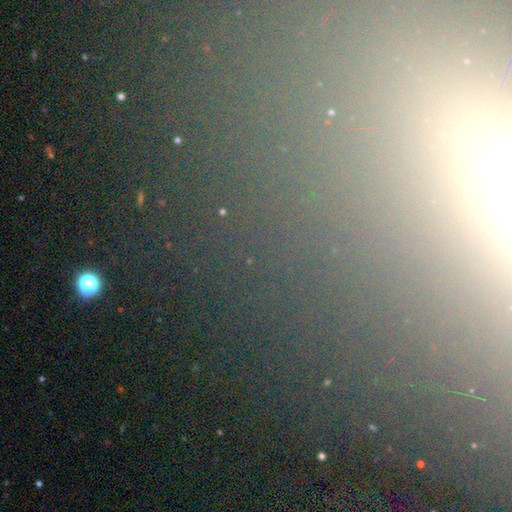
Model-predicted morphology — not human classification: star or artifact 69%, smooth 20%, featured or disk 11%.